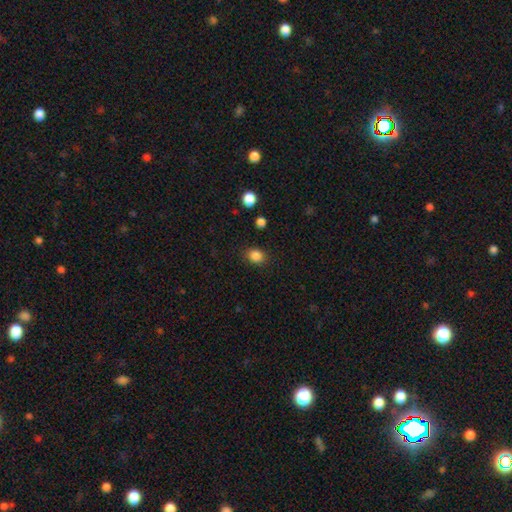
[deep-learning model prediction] This is clearly a smooth galaxy (86%). How rounded: possibly round (57%). Merging: clearly none (86%).